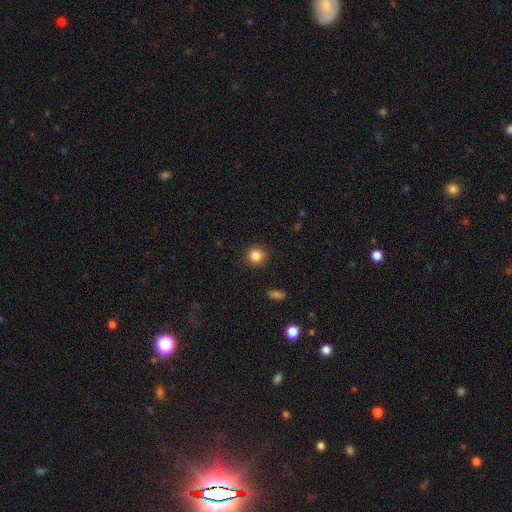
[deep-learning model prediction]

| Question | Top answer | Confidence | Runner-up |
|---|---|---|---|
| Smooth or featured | smooth | 85% | star or artifact (10%) |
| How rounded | round | 89% | in between (10%) |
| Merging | none | 90% | minor disturbance (7%) |